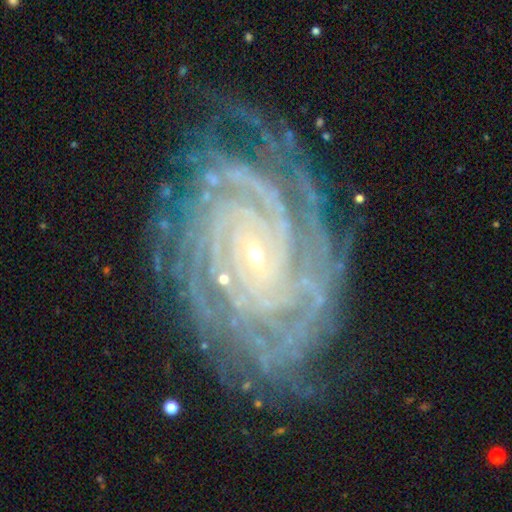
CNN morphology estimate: Q: Smooth or featured?
A: featured or disk (91%); runner-up: star or artifact (5%)
Q: Edge-on disk?
A: no (97%); runner-up: yes (3%)
Q: Bar?
A: no (59%); runner-up: weak (27%)
Q: Spiral arms?
A: yes (98%); runner-up: no (2%)
Q: Spiral winding?
A: tight (83%); runner-up: medium (14%)
Q: Spiral arm count?
A: more than 4 (26%); runner-up: 4 (23%)
Q: Bulge size?
A: small (84%); runner-up: moderate (13%)
Q: Merging?
A: none (73%); runner-up: minor disturbance (17%)